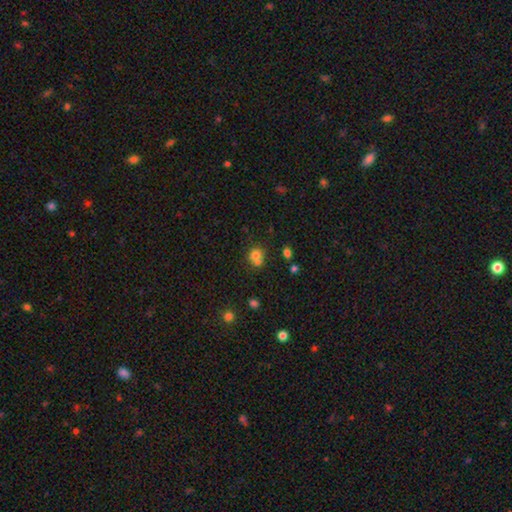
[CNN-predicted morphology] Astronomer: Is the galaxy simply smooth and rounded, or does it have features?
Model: smooth — 75%.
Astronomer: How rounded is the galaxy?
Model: round — 79%.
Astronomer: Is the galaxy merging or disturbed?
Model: none — 44% (runner-up: merger, 42%).